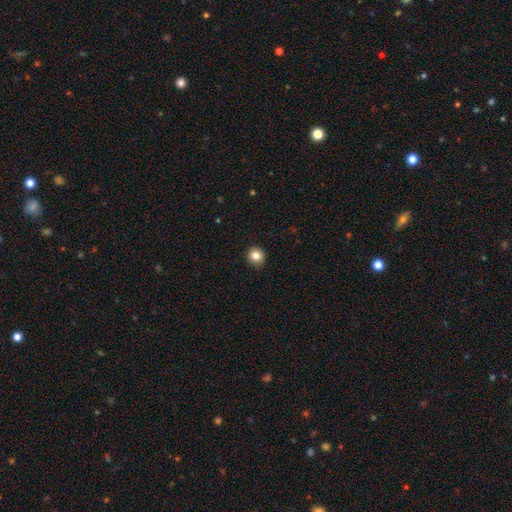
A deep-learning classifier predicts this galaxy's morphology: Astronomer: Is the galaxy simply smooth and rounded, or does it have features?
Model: smooth — 83%.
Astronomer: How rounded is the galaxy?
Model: round — 90%.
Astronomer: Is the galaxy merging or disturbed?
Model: none — 89%.